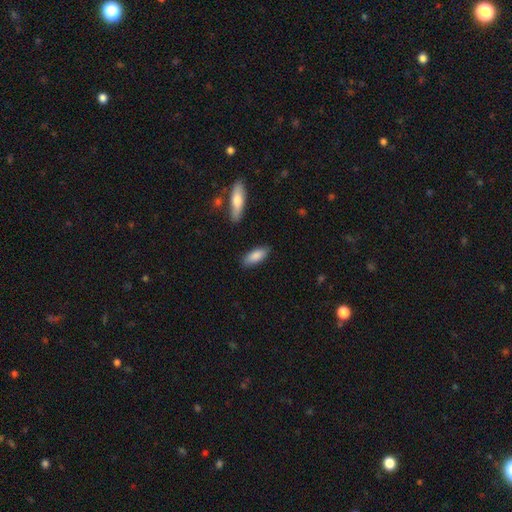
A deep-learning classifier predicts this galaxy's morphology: Smooth or featured? smooth (85%)
How rounded? in between (75%)
Merging? none (84%)